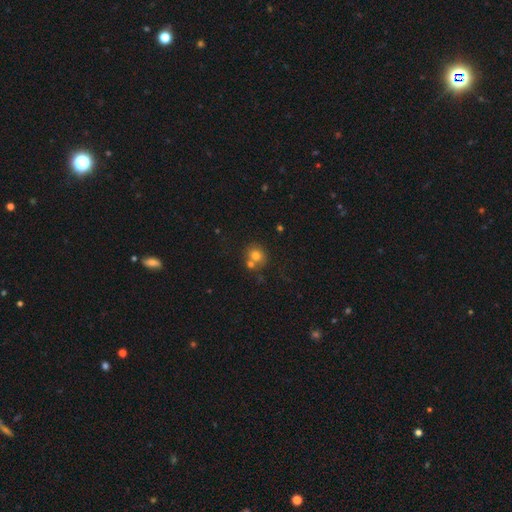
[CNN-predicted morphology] Smooth or featured: smooth — 75% (featured or disk — 13%)
How rounded: round — 81% (in between — 18%)
Merging: none — 55% (merger — 32%)